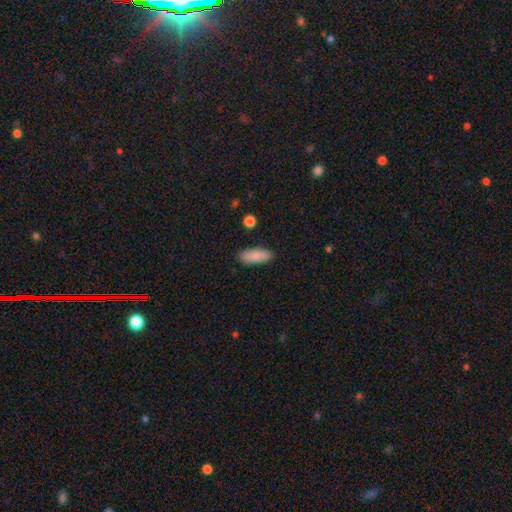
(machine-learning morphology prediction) smooth-or-featured: smooth: 86% | featured or disk: 8% | star or artifact: 6%
  how-rounded: in between: 72% | cigar-shaped: 26% | round: 2%
  merging: none: 88% | minor disturbance: 9% | major disturbance: 2% | merger: 1%